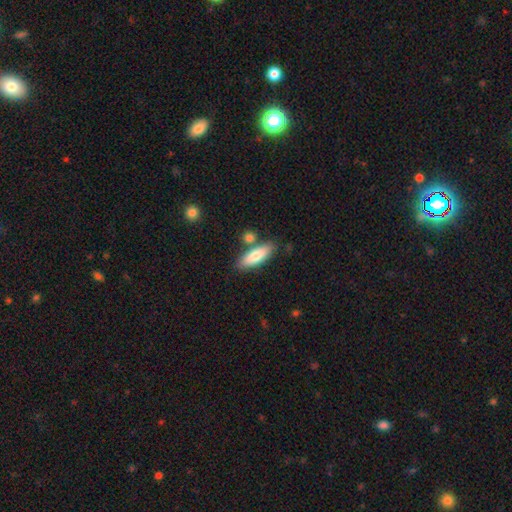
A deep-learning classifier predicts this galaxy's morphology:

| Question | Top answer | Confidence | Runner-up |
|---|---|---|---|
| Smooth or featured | smooth | 76% | featured or disk (18%) |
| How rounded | in between | 51% | cigar-shaped (47%) |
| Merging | none | 74% | minor disturbance (12%) |